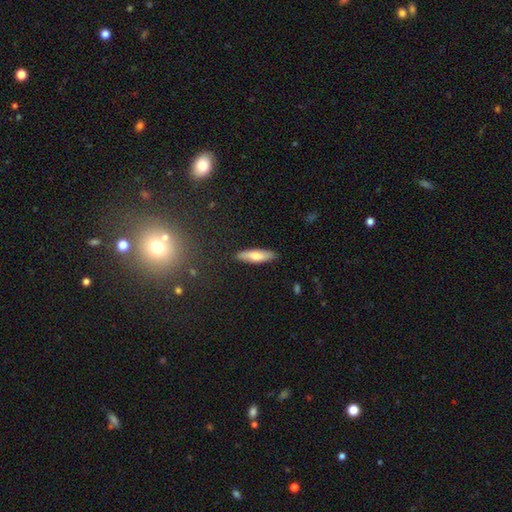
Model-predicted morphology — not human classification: type=smooth (70%); roundness=cigar-shaped (67%); merging=none (88%).